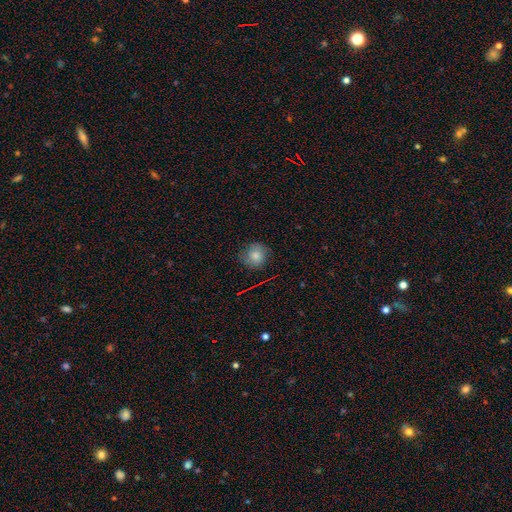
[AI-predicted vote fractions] smooth_or_featured: smooth (p=0.78) [alt: star or artifact p=0.12]
how_rounded: round (p=0.86) [alt: in between p=0.12]
merging: none (p=0.79) [alt: minor disturbance p=0.16]